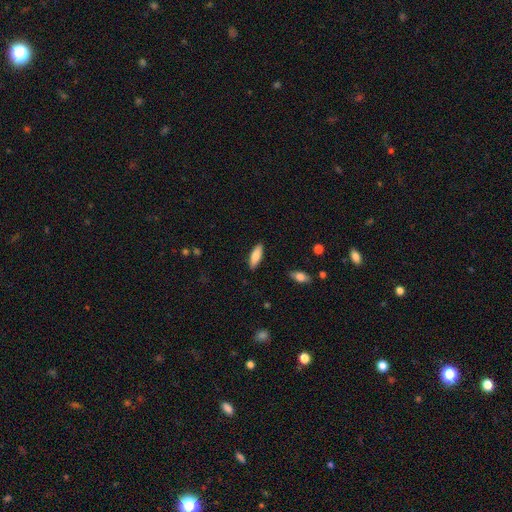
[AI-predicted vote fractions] A smooth galaxy with no disk features (80%) that is in between round and cigar-shaped (57%).

Vote fractions:
- Smooth or featured? smooth: 80% / featured or disk: 14% / star or artifact: 6%
- How rounded? in between: 57% / cigar-shaped: 42% / round: 2%
- Merging? none: 88% / minor disturbance: 9% / major disturbance: 2% / merger: 1%